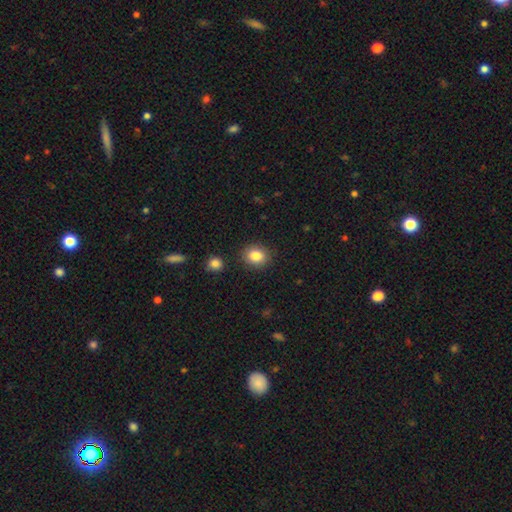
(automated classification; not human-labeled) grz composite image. It shows a smooth galaxy with no disk features (84%) that is round (68%). Merging: none (88%).